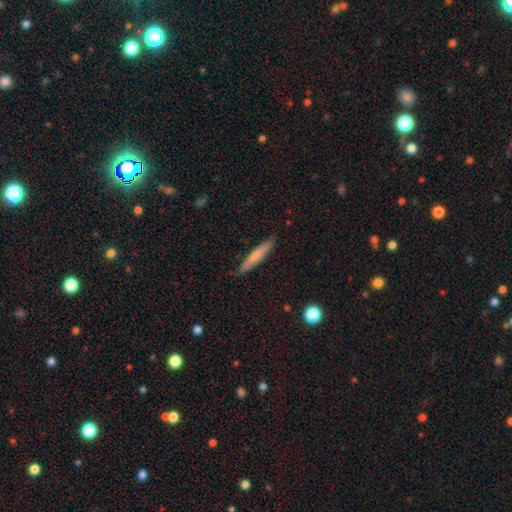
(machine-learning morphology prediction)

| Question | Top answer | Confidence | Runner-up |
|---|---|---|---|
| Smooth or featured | smooth | 67% | featured or disk (27%) |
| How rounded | cigar-shaped | 92% | in between (6%) |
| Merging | none | 88% | minor disturbance (9%) |